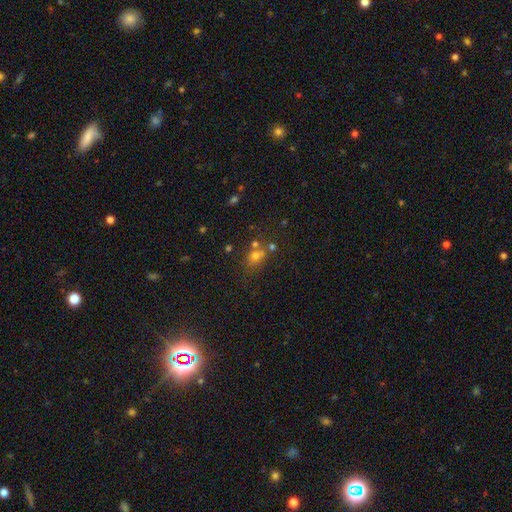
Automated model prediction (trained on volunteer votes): smooth_or_featured: smooth (p=0.64) [alt: star or artifact p=0.22]
how_rounded: round (p=0.65) [alt: in between p=0.33]
merging: none (p=0.50) [alt: merger p=0.32]